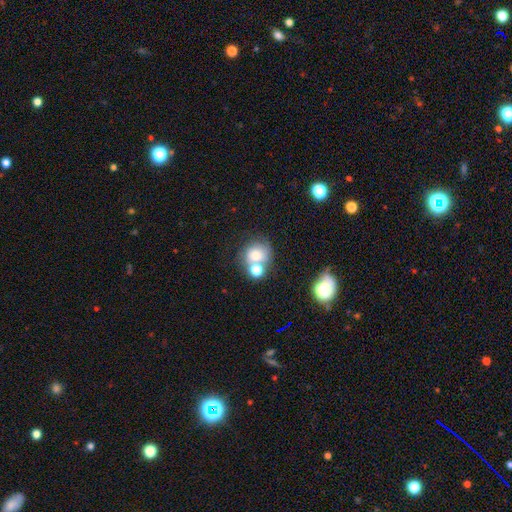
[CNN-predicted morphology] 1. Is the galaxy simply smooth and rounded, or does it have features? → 67% smooth, 20% featured or disk, 13% star or artifact.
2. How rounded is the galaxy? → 78% round, 21% in between, 1% cigar-shaped.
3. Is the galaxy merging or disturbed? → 42% none, 39% merger, 12% minor disturbance, 7% major disturbance.